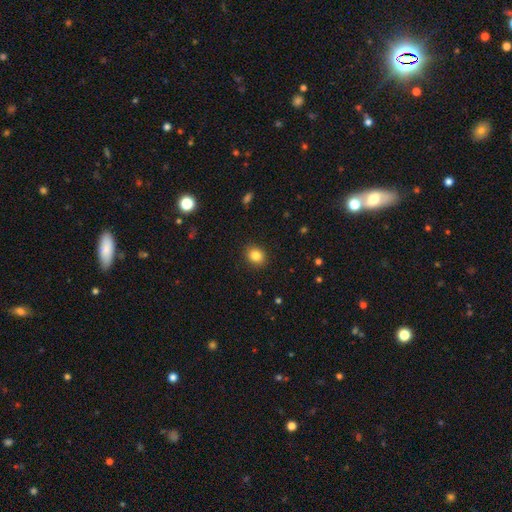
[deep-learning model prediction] This is clearly a smooth galaxy (84%). How rounded: likely round (64%). Merging: clearly none (90%).